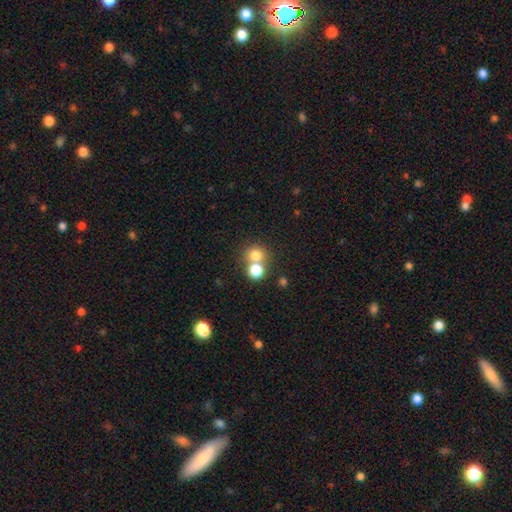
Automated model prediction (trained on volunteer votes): This is likely a smooth galaxy (76%). How rounded: clearly round (83%). Merging: possibly none (49%).